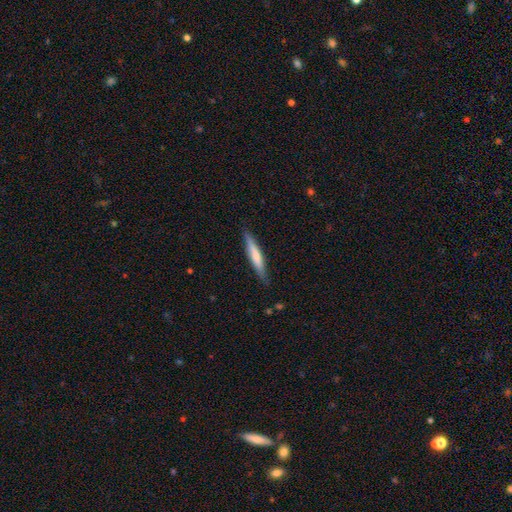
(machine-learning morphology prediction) smooth 63%, featured or disk 31%, star or artifact 5%. Down the decision tree: how rounded — cigar-shaped (91%); merging — none (85%).